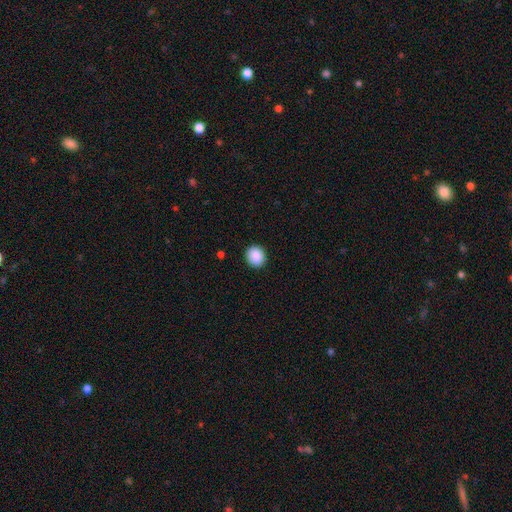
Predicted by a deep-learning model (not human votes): The model was most divided on "how rounded": round: 77%, in between: 22%, cigar-shaped: 1%. More confident: merging — none (91%); smooth or featured — smooth (90%).